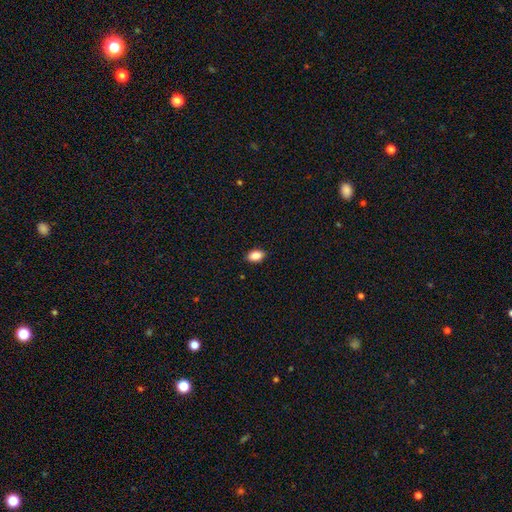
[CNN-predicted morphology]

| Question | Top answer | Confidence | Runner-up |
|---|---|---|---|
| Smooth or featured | smooth | 88% | star or artifact (8%) |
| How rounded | in between | 88% | round (10%) |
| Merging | none | 89% | minor disturbance (8%) |